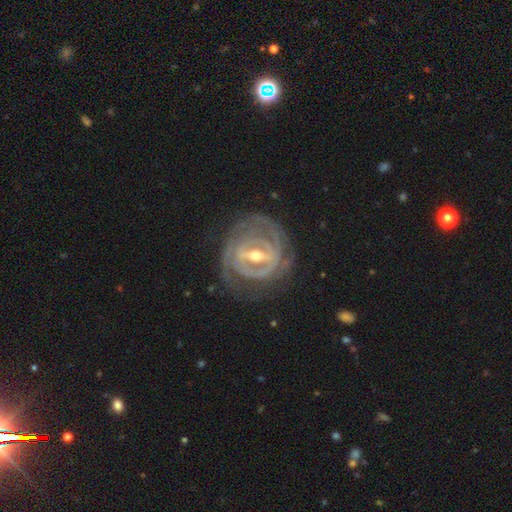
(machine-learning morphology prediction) The model was most divided on "spiral arm count": can't tell: 32%, 2: 26%, 3: 19%, 4: 11%, 1: 6%, more than 4: 6%. More confident: edge-on disk — no (93%); spiral arms — yes (91%); smooth or featured — featured or disk (90%); spiral winding — tight (79%); merging — none (76%); bar — strong (67%); bulge size — moderate (62%).